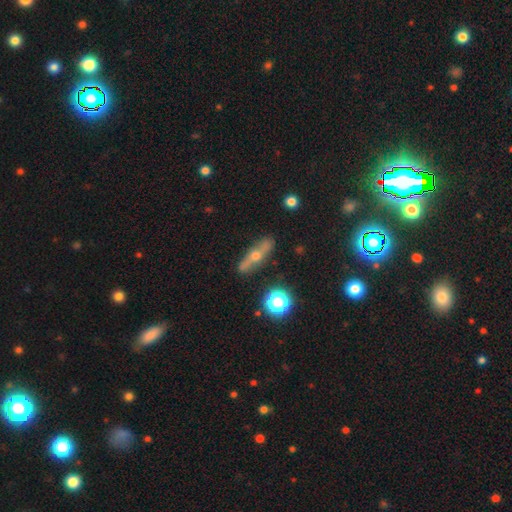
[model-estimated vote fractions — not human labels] Smooth or featured?
  - featured or disk: 56% *
  - smooth: 31%
  - star or artifact: 13%
Edge-on disk?
  - yes: 73% *
  - no: 27%
Merging?
  - none: 83% *
  - minor disturbance: 12%
  - major disturbance: 3%
  - merger: 2%